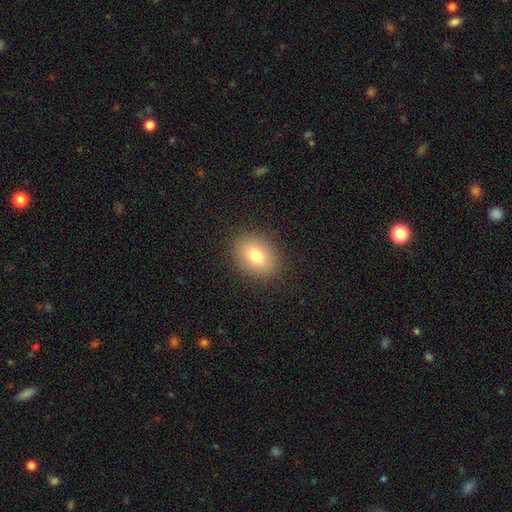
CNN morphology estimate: The model was most divided on "how rounded": in between: 63%, round: 36%, cigar-shaped: 1%. More confident: merging — none (88%); smooth or featured — smooth (79%).